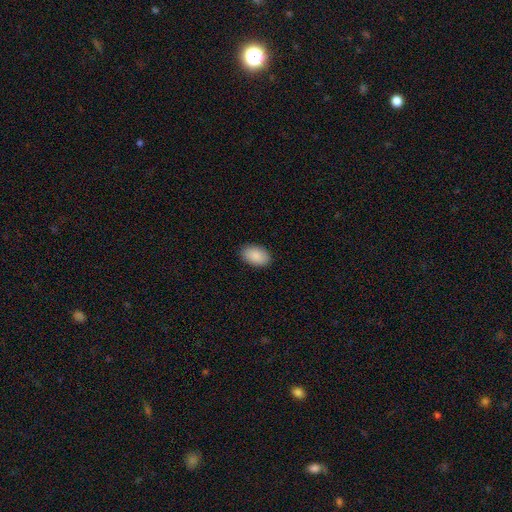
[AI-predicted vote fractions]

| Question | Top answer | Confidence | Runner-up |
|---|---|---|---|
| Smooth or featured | smooth | 90% | star or artifact (6%) |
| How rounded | in between | 93% | round (6%) |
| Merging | none | 90% | minor disturbance (8%) |